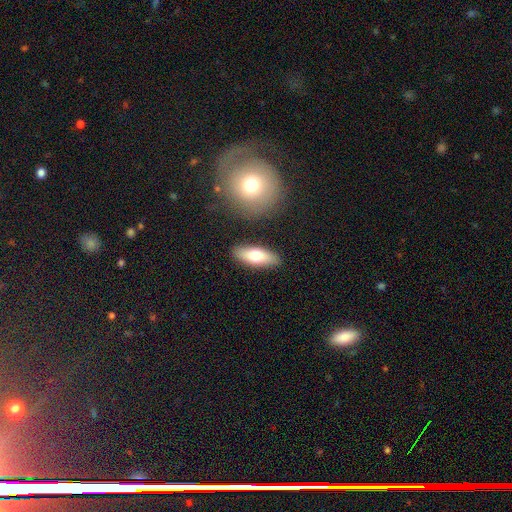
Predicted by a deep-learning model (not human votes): A smooth galaxy with no disk features (69%) that is in between round and cigar-shaped (69%).

Vote fractions:
- Smooth or featured? smooth: 69% / featured or disk: 24% / star or artifact: 6%
- How rounded? in between: 69% / cigar-shaped: 28% / round: 3%
- Merging? none: 87% / minor disturbance: 9% / merger: 3% / major disturbance: 2%